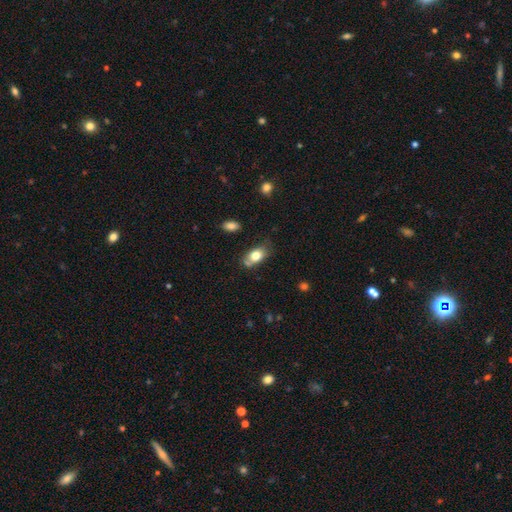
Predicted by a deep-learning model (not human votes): This is likely a smooth galaxy (78%). How rounded: clearly in between (86%). Merging: likely none (61%).